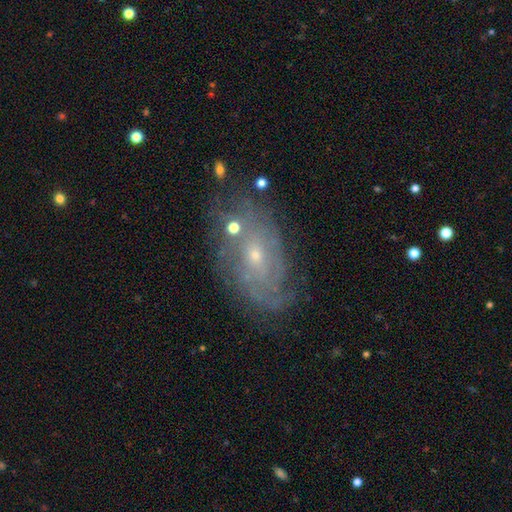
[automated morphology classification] The model was most divided on "spiral winding": tight: 64%, medium: 26%, loose: 10%. More confident: edge-on disk — no (94%); spiral arms — yes (85%); smooth or featured — featured or disk (75%); bulge size — small (71%); bar — no (71%); merging — none (69%); spiral arm count — can't tell (56%).